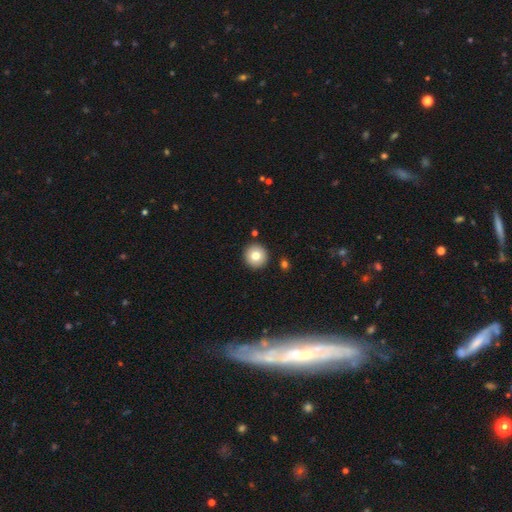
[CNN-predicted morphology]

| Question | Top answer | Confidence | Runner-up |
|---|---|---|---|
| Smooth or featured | smooth | 79% | featured or disk (12%) |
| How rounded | round | 95% | in between (4%) |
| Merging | none | 91% | minor disturbance (5%) |